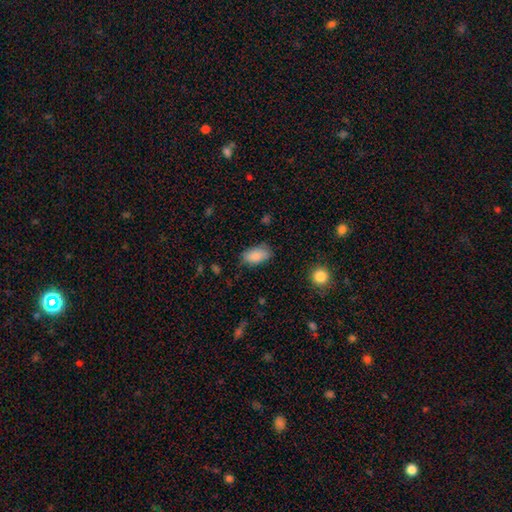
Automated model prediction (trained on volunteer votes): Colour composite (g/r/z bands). It shows a smooth galaxy with no disk features (87%) that is in between round and cigar-shaped (93%). Merging: none (77%).